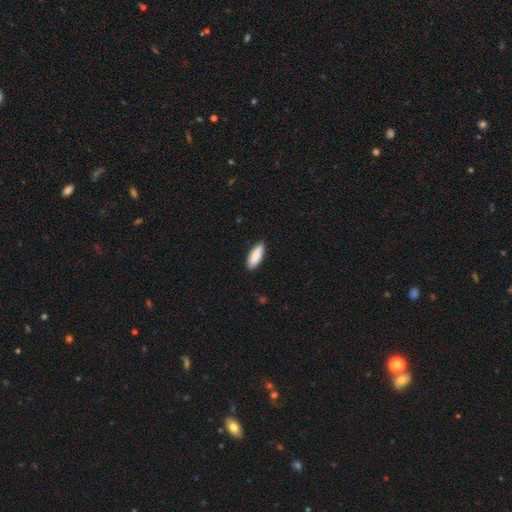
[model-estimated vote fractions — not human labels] Overall: smooth (89%). How rounded: in between (68%; cigar-shaped 30%). Merging: none (88%).